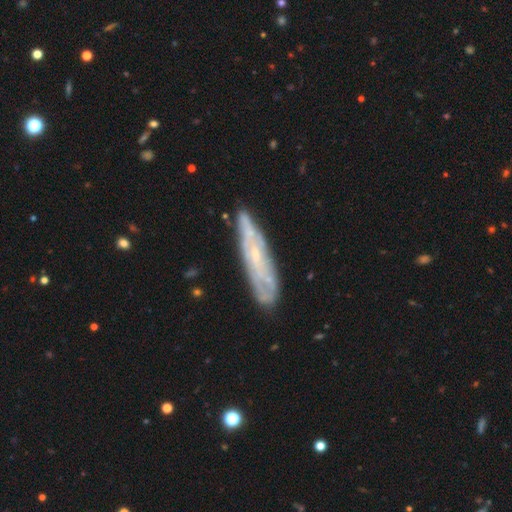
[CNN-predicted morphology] This is likely a featured or disk galaxy (69%). It is possibly not viewed edge-on (56%). Merging: likely none (79%).